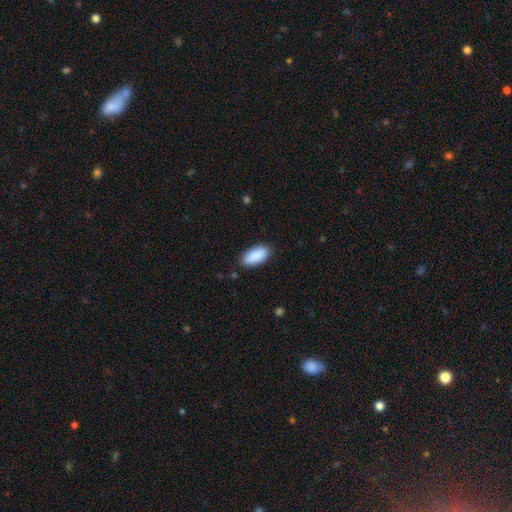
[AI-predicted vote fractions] This appears to be a smooth galaxy with no disk features (91%) that is in between round and cigar-shaped (91%). Merging: none (87%).